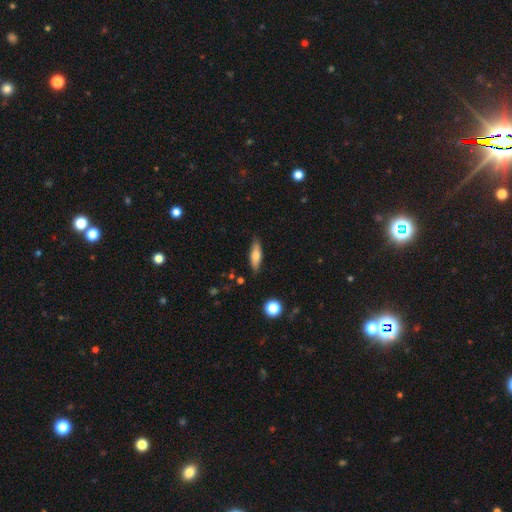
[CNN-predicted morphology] Smooth or featured?
  - smooth: 67% *
  - featured or disk: 26%
  - star or artifact: 7%
How rounded?
  - cigar-shaped: 51% *
  - in between: 46%
  - round: 3%
Merging?
  - none: 84% *
  - minor disturbance: 12%
  - major disturbance: 2%
  - merger: 2%